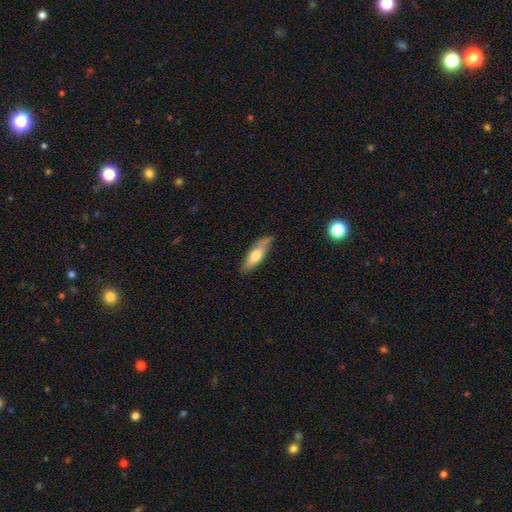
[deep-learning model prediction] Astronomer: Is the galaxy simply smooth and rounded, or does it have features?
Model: smooth — 65%.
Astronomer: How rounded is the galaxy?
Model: cigar-shaped — 55% (runner-up: in between, 43%).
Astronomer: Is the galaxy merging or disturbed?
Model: none — 72%.